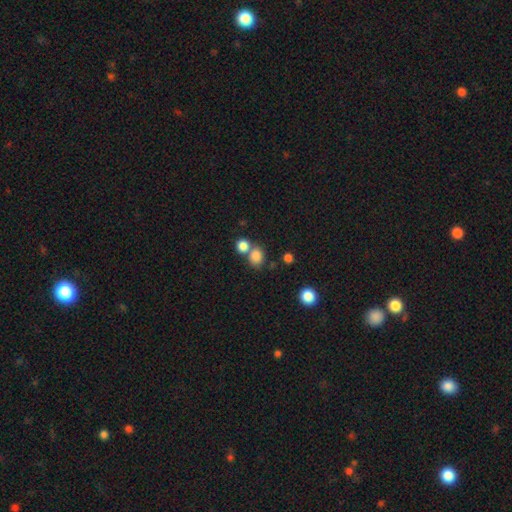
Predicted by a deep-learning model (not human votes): Overall: smooth (83%). How rounded: round (67%; in between 32%). Merging: none (51%; merger 37%).